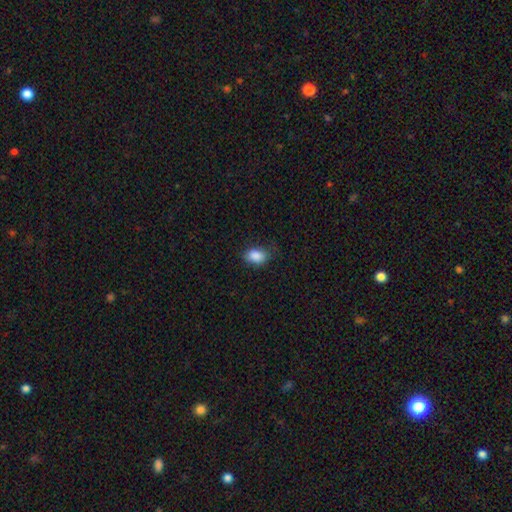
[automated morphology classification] smooth_or_featured: smooth (p=0.88) [alt: star or artifact p=0.08]
how_rounded: in between (p=0.81) [alt: round p=0.18]
merging: none (p=0.73) [alt: minor disturbance p=0.21]